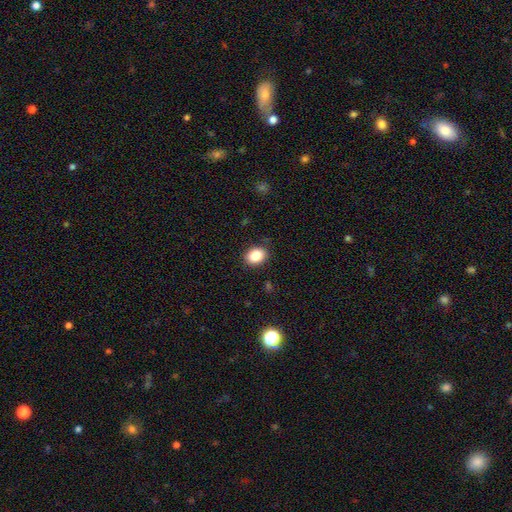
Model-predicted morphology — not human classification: Smooth or featured: smooth — 85% (star or artifact — 9%)
How rounded: in between — 63% (round — 36%)
Merging: none — 87% (minor disturbance — 9%)